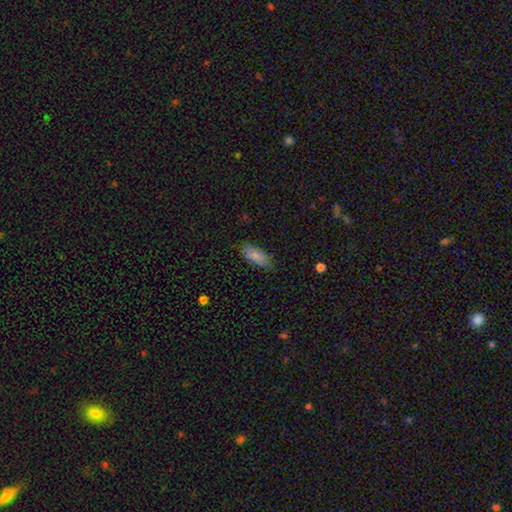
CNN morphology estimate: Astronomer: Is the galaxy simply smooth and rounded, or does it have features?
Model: smooth — 85%.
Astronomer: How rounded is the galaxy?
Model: in between — 81%.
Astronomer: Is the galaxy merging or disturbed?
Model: none — 81%.